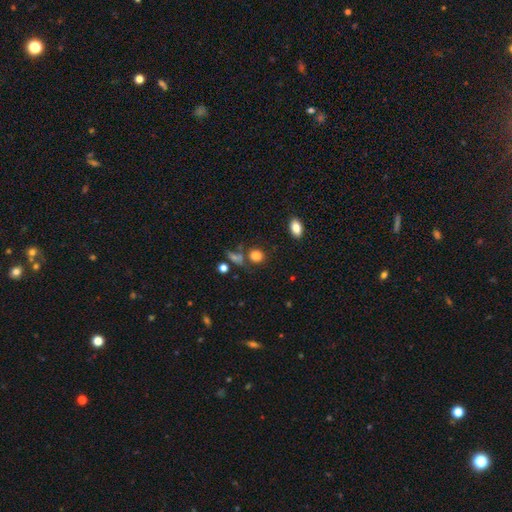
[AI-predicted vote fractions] This appears to be a smooth galaxy with no disk features (80%) that is round (74%). Merging: none (63%).